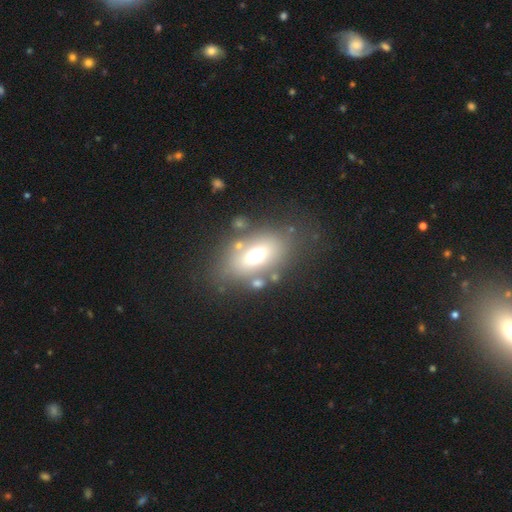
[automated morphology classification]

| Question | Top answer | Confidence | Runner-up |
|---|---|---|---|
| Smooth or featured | smooth | 63% | featured or disk (22%) |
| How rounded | in between | 77% | round (20%) |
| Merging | none | 71% | minor disturbance (13%) |